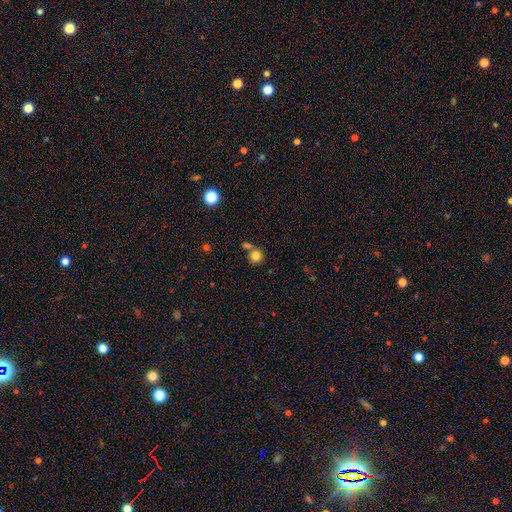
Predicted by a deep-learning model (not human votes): Q: Smooth or featured?
A: smooth (80%); runner-up: star or artifact (12%)
Q: How rounded?
A: round (88%); runner-up: in between (11%)
Q: Merging?
A: none (58%); runner-up: merger (29%)